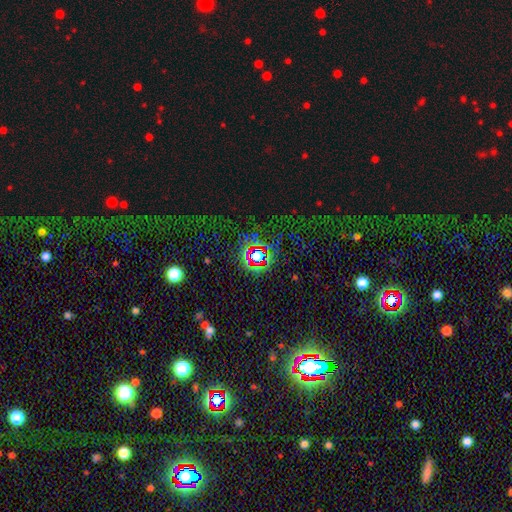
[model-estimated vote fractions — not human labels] Smooth or featured: star or artifact — 75% (smooth — 15%)